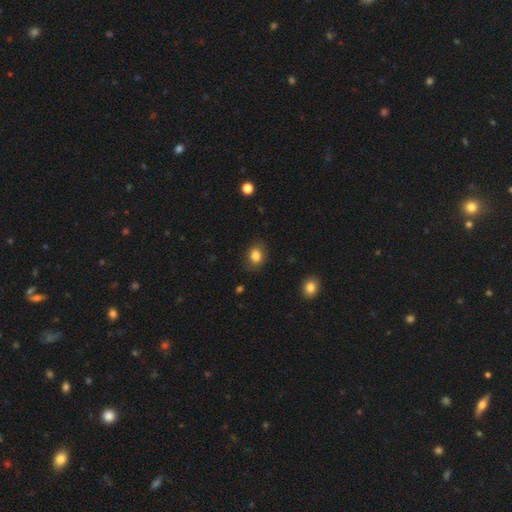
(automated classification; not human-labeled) smooth_or_featured: smooth (p=0.84) [alt: star or artifact p=0.10]
how_rounded: in between (p=0.53) [alt: round p=0.46]
merging: none (p=0.83) [alt: minor disturbance p=0.13]